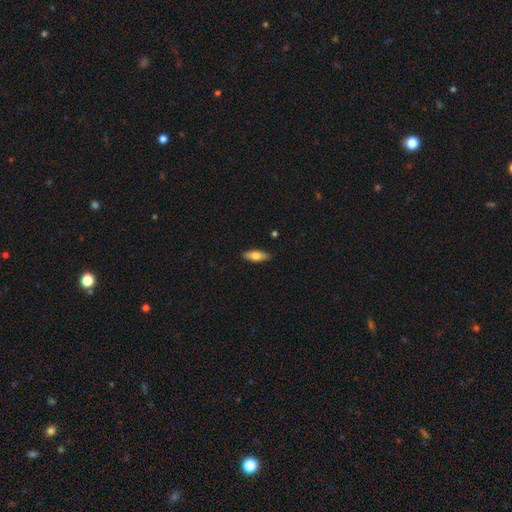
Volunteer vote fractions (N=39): Smooth or featured?
  - smooth: 64% *
  - featured or disk: 33%
  - star or artifact: 3%
How rounded?
  - in between: 60% *
  - cigar-shaped: 40%
  - round: 0%
Merging?
  - none: 95% *
  - minor disturbance: 5%
  - major disturbance: 0%
  - merger: 0%